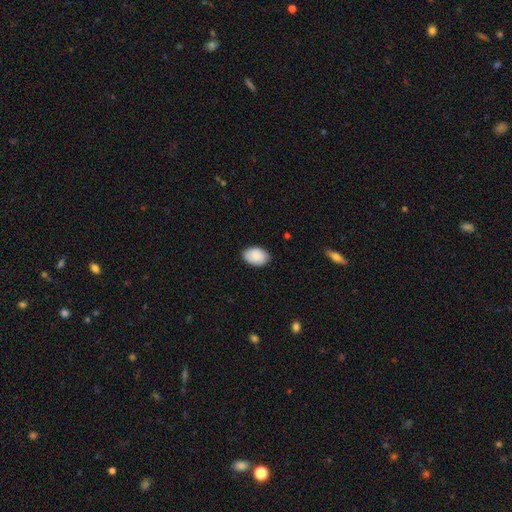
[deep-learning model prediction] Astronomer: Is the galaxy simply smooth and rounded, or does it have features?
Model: smooth — 90%.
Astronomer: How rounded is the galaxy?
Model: in between — 89%.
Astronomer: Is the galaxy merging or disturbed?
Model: none — 87%.